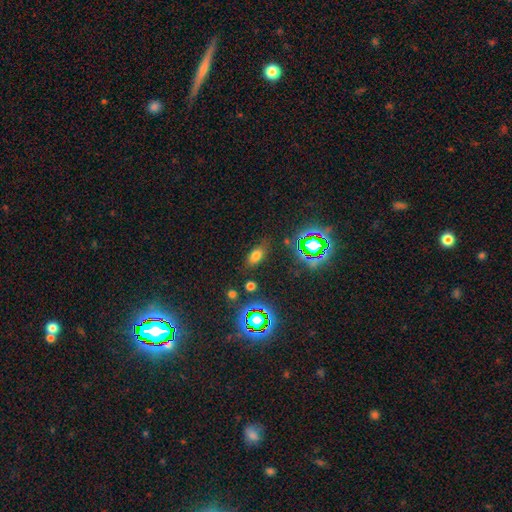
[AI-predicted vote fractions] Smooth or featured? Predicted: smooth (p=0.67). How rounded? Predicted: in between (p=0.84). Merging? Predicted: none (p=0.81).